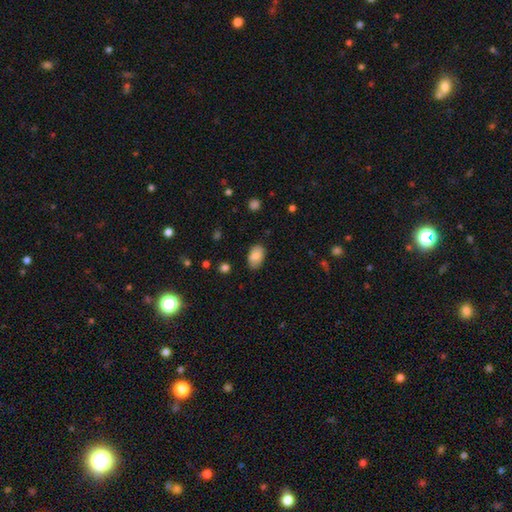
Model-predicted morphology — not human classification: This appears to be a smooth galaxy with no disk features (85%) that is in between round and cigar-shaped (90%). Merging: none (79%).